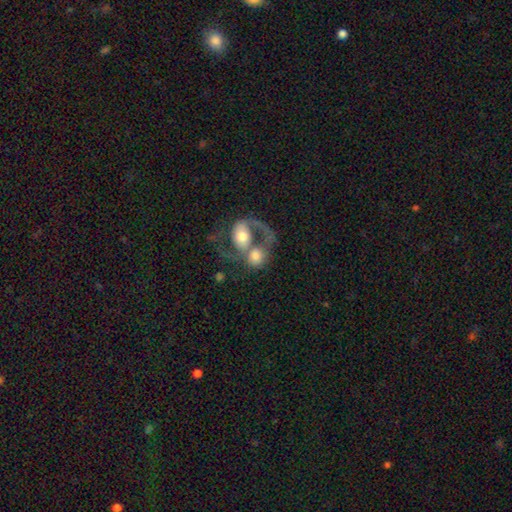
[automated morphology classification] A featured or disk galaxy (50%).

Vote fractions:
- Smooth or featured? featured or disk: 50% / smooth: 43% / star or artifact: 8%
- Merging? merger: 67% / none: 14% / major disturbance: 13% / minor disturbance: 6%